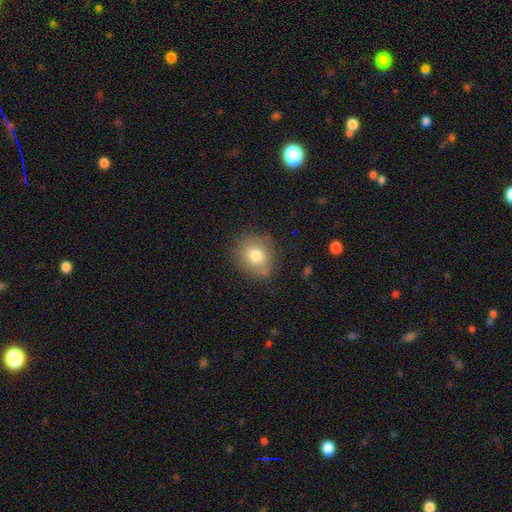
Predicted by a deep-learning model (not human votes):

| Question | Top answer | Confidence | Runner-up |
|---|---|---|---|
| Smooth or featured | smooth | 76% | featured or disk (14%) |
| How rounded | round | 64% | in between (35%) |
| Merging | none | 77% | minor disturbance (16%) |